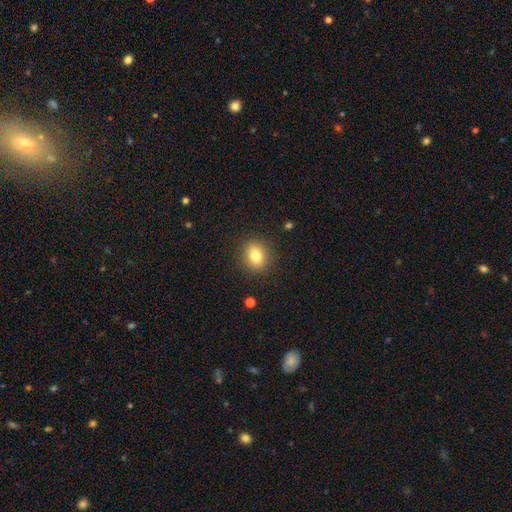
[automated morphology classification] Smooth or featured? Predicted: smooth (p=0.81). How rounded? Predicted: round (p=0.60). Merging? Predicted: none (p=0.89).